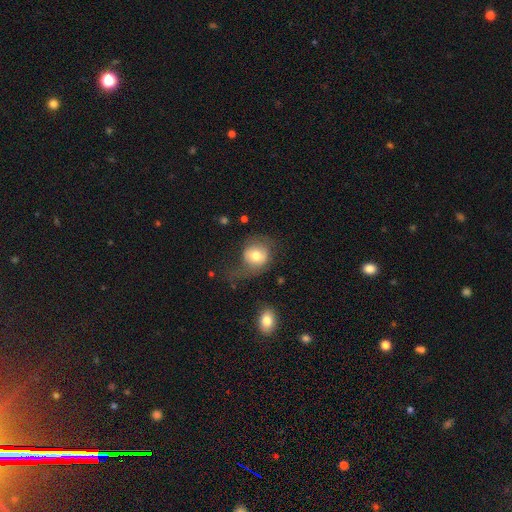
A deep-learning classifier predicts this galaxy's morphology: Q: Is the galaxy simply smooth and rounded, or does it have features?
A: smooth — 66%.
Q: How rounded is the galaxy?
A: round — 76%.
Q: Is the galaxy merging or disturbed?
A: none — 44%.